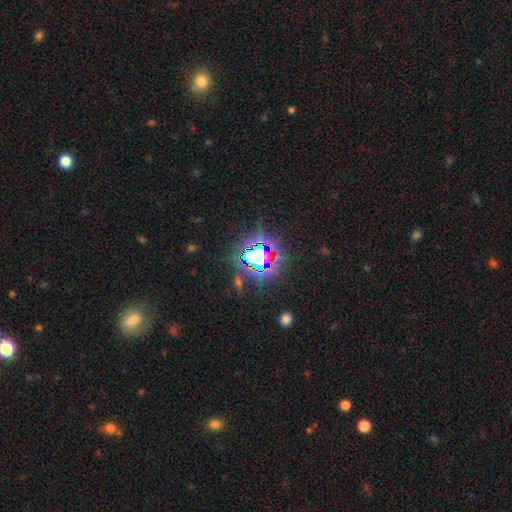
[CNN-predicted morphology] Smooth or featured?
  - star or artifact: 79% *
  - smooth: 12%
  - featured or disk: 8%